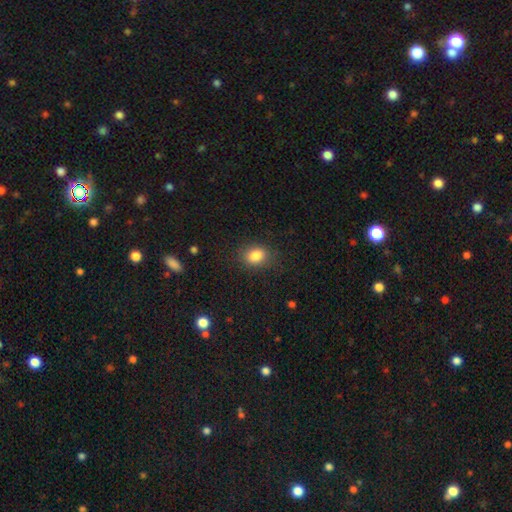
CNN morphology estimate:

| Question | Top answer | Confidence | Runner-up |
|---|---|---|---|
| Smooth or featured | smooth | 85% | star or artifact (10%) |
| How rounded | in between | 64% | round (34%) |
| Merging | none | 82% | minor disturbance (12%) |